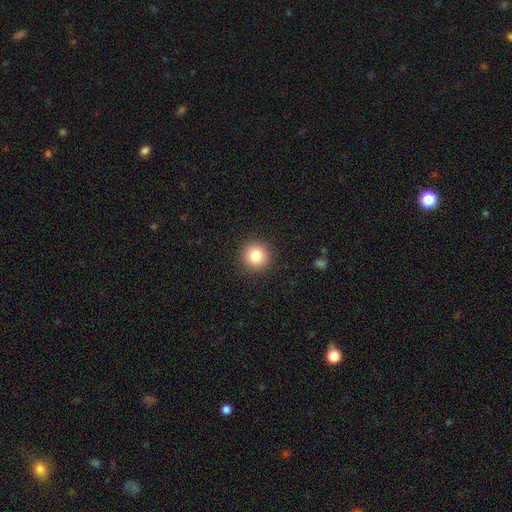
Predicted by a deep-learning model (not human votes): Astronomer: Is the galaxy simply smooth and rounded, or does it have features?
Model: smooth — 84%.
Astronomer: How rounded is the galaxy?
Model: round — 94%.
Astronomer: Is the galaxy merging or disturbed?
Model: none — 92%.